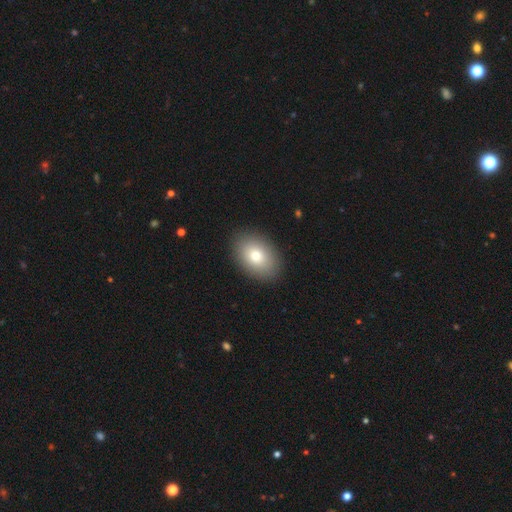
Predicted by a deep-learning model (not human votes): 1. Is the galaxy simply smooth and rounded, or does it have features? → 77% smooth, 14% featured or disk, 9% star or artifact.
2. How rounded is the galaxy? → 79% in between, 19% round, 1% cigar-shaped.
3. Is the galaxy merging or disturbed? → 89% none, 7% minor disturbance, 2% major disturbance, 1% merger.